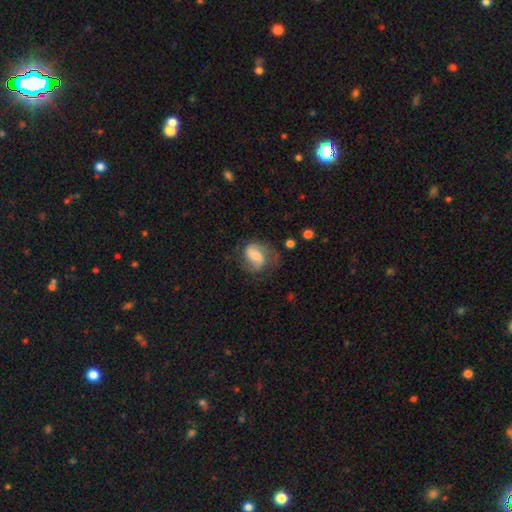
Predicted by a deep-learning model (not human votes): A featured or disk galaxy (63%) with a weak bar (44%), 2 (79%) medium (43%) spiral arms (88%) and a moderate central bulge (56%). Merging: none (57%).